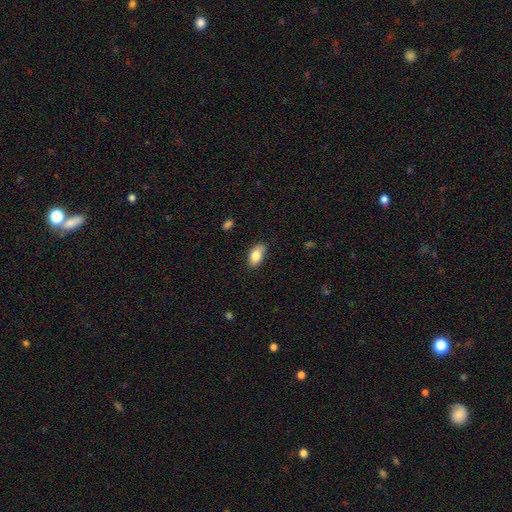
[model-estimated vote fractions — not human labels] This is clearly a smooth galaxy (83%). How rounded: clearly in between (92%). Merging: likely none (77%).